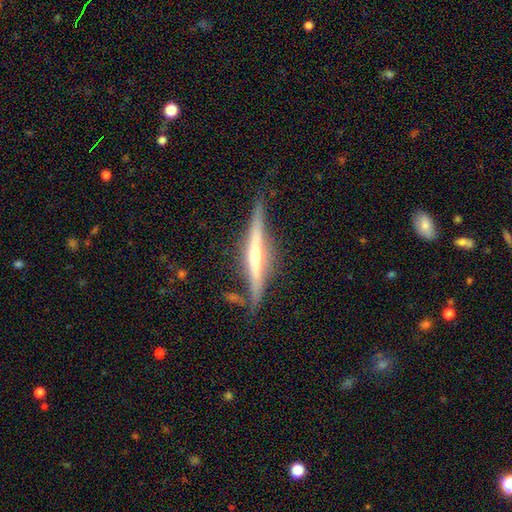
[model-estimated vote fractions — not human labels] Q: Smooth or featured?
A: featured or disk (74%); runner-up: smooth (20%)
Q: Edge-on disk?
A: yes (97%); runner-up: no (3%)
Q: Edge-on bulge?
A: rounded (68%); runner-up: none (22%)
Q: Merging?
A: none (77%); runner-up: minor disturbance (15%)